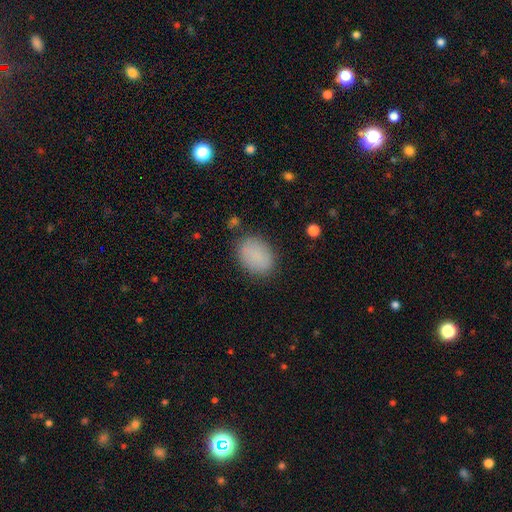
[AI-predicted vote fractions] Smooth or featured: smooth — 86% (star or artifact — 8%)
How rounded: in between — 74% (round — 25%)
Merging: none — 82% (minor disturbance — 12%)